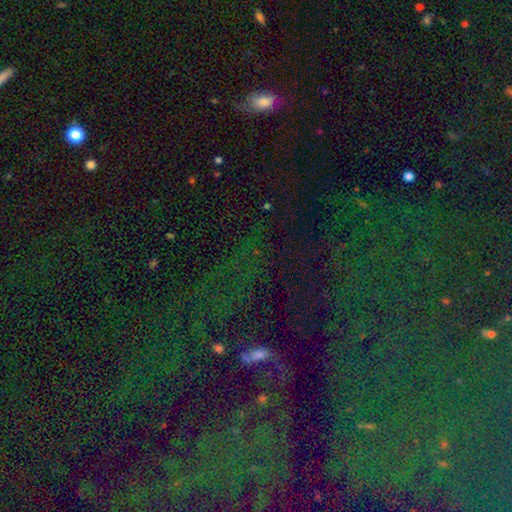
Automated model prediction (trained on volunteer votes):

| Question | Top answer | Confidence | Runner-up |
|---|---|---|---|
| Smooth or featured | star or artifact | 74% | smooth (14%) |